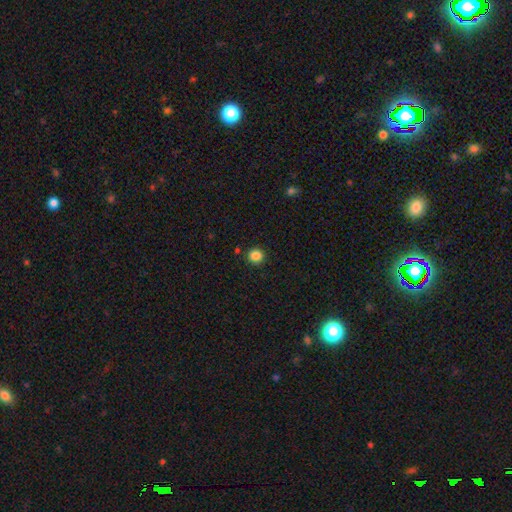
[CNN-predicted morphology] Smooth or featured? Predicted: smooth (p=0.85). How rounded? Predicted: round (p=0.93). Merging? Predicted: none (p=0.90).